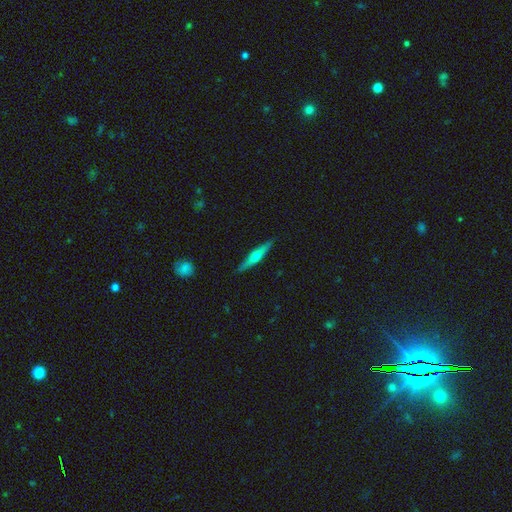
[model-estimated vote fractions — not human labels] Q: Smooth or featured?
A: featured or disk (61%); runner-up: smooth (33%)
Q: Edge-on disk?
A: yes (96%); runner-up: no (4%)
Q: Edge-on bulge?
A: rounded (91%); runner-up: none (6%)
Q: Merging?
A: none (90%); runner-up: minor disturbance (7%)